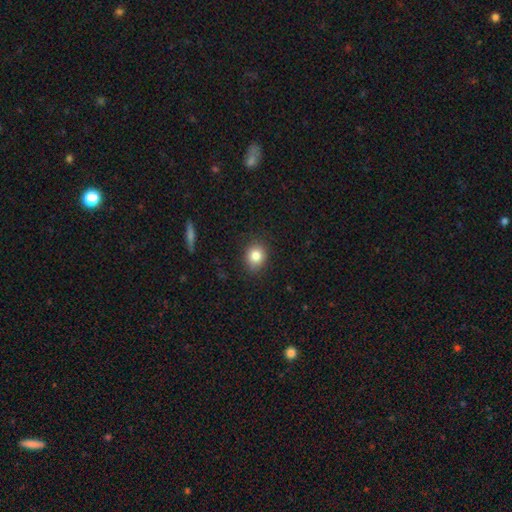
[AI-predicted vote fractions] Q: Smooth or featured?
A: smooth (83%); runner-up: star or artifact (10%)
Q: How rounded?
A: round (65%); runner-up: in between (34%)
Q: Merging?
A: none (86%); runner-up: minor disturbance (11%)